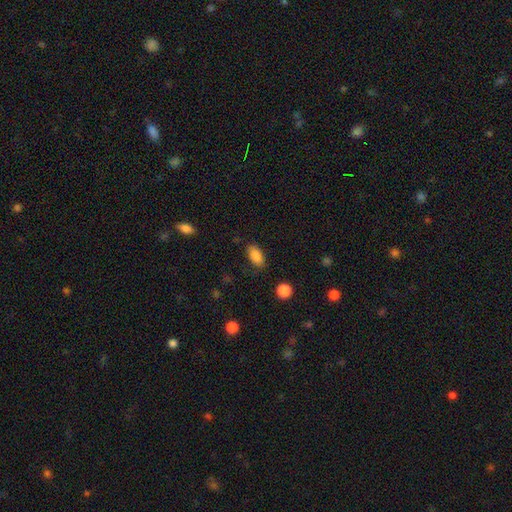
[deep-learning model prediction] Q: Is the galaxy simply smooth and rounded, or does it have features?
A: smooth — 86%.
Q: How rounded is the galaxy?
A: in between — 91%.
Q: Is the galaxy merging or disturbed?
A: none — 82%.